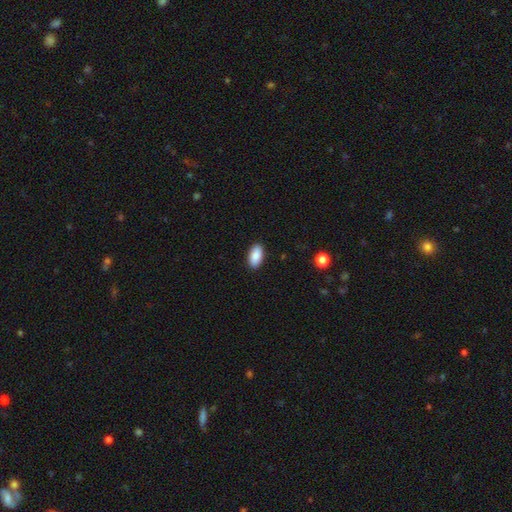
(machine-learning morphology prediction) smooth-or-featured: smooth: 89% | star or artifact: 7% | featured or disk: 4%
  how-rounded: in between: 93% | cigar-shaped: 4% | round: 3%
  merging: none: 90% | minor disturbance: 7% | major disturbance: 2% | merger: 1%